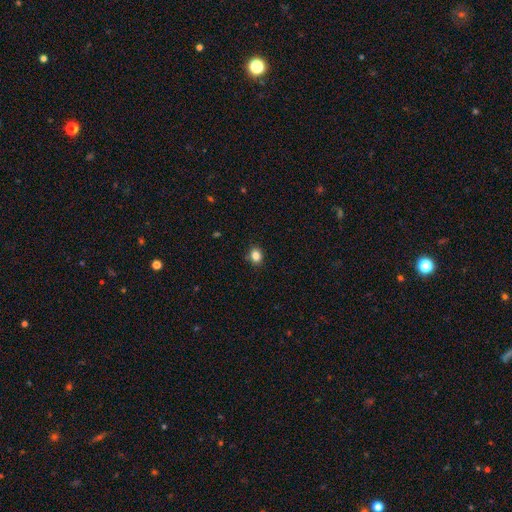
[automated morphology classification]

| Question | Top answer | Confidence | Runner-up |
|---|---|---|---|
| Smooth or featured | smooth | 84% | star or artifact (11%) |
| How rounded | round | 56% | in between (43%) |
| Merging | none | 87% | minor disturbance (10%) |